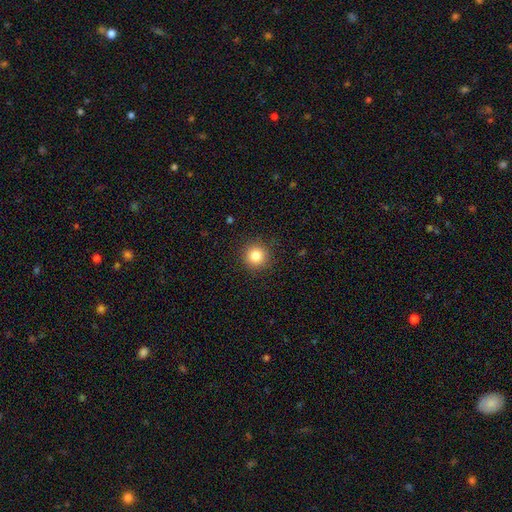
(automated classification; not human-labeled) Smooth or featured: smooth — 83% (star or artifact — 11%)
How rounded: round — 95% (in between — 4%)
Merging: none — 91% (minor disturbance — 6%)